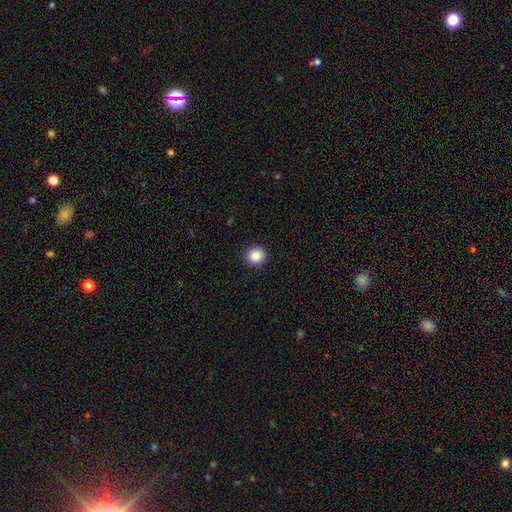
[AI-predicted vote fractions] A smooth galaxy with no disk features (88%) that is round (91%).

Vote fractions:
- Smooth or featured? smooth: 88% / star or artifact: 9% / featured or disk: 3%
- How rounded? round: 91% / in between: 8% / cigar-shaped: 1%
- Merging? none: 92% / minor disturbance: 6% / major disturbance: 2% / merger: 1%